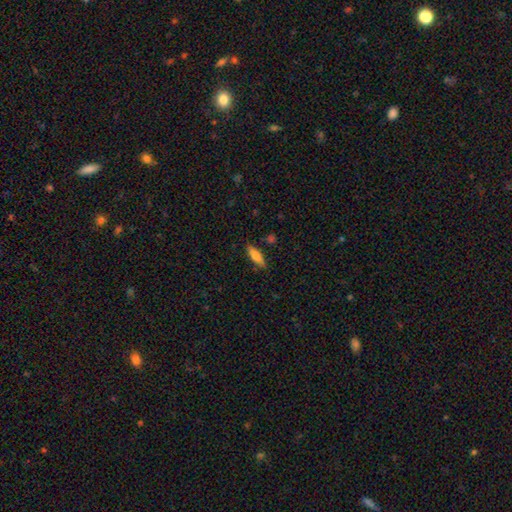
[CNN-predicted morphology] This is likely a smooth galaxy (75%). How rounded: possibly cigar-shaped (54%). Merging: clearly none (83%).